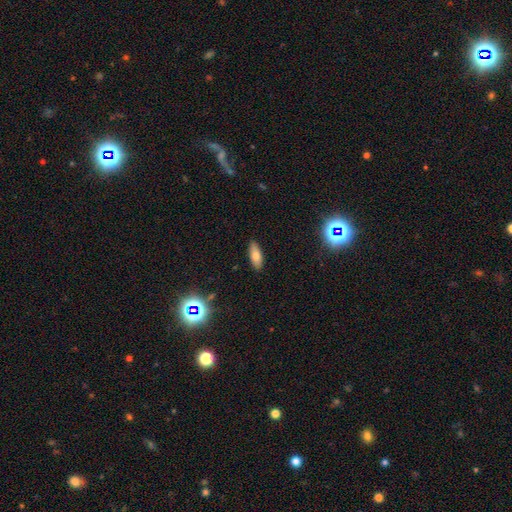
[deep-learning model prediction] Overall: smooth (73%). How rounded: in between (72%). Merging: none (88%).